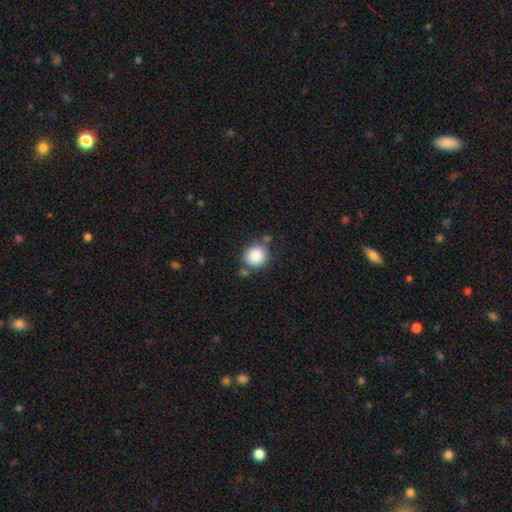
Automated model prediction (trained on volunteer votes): smooth_or_featured: smooth (p=0.86) [alt: star or artifact p=0.09]
how_rounded: round (p=0.87) [alt: in between p=0.12]
merging: none (p=0.74) [alt: minor disturbance p=0.13]